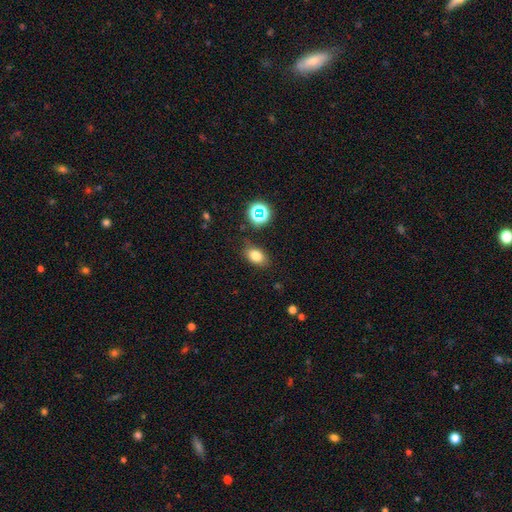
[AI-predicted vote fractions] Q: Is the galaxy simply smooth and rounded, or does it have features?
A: smooth — 77%.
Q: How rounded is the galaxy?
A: in between — 81%.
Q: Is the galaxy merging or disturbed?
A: none — 80%.